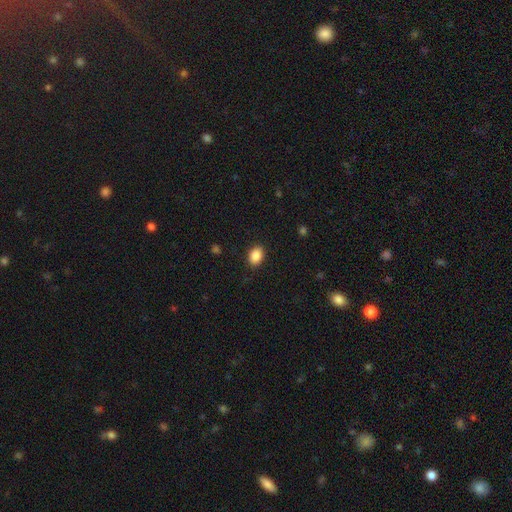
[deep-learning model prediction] smooth 88%, star or artifact 8%, featured or disk 4%. Down the decision tree: how rounded — in between (75%); merging — none (88%).